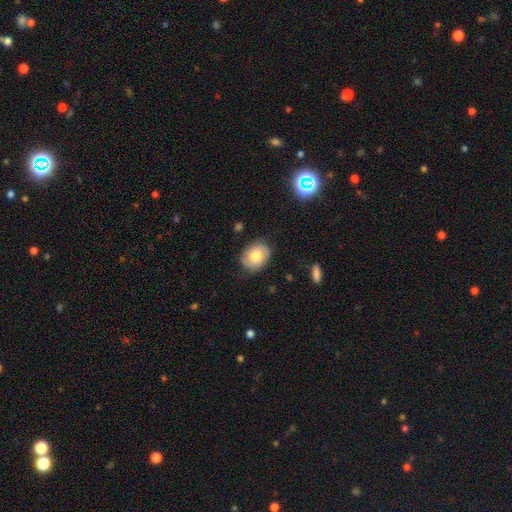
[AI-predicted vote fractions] smooth_or_featured: smooth (p=0.68) [alt: featured or disk p=0.25]
how_rounded: in between (p=0.62) [alt: round p=0.37]
merging: none (p=0.81) [alt: minor disturbance p=0.15]